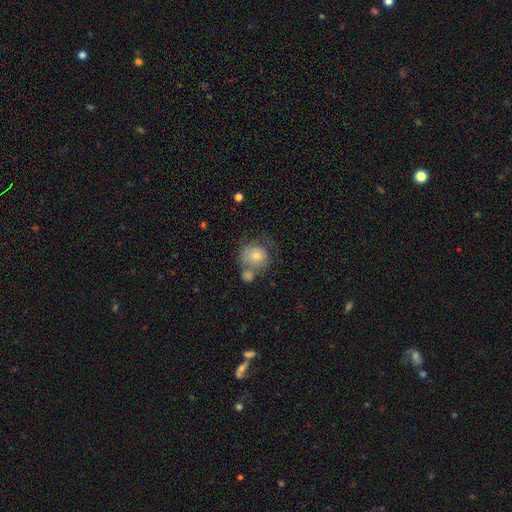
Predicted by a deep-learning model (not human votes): Q: Smooth or featured?
A: smooth (70%); runner-up: featured or disk (21%)
Q: How rounded?
A: round (82%); runner-up: in between (17%)
Q: Merging?
A: none (40%); runner-up: merger (31%)